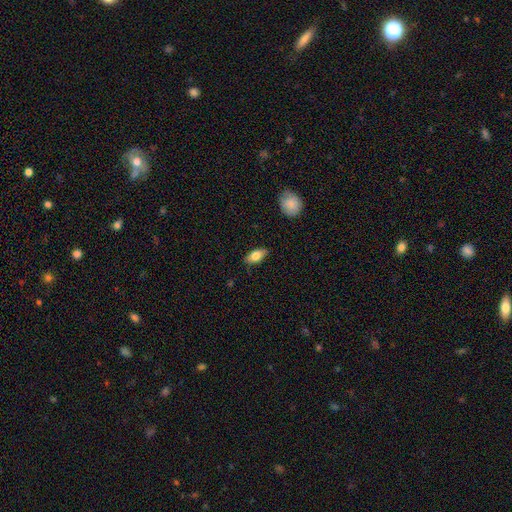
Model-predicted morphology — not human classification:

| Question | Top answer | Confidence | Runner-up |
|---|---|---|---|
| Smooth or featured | smooth | 76% | featured or disk (17%) |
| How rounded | in between | 85% | cigar-shaped (11%) |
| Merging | none | 86% | minor disturbance (11%) |